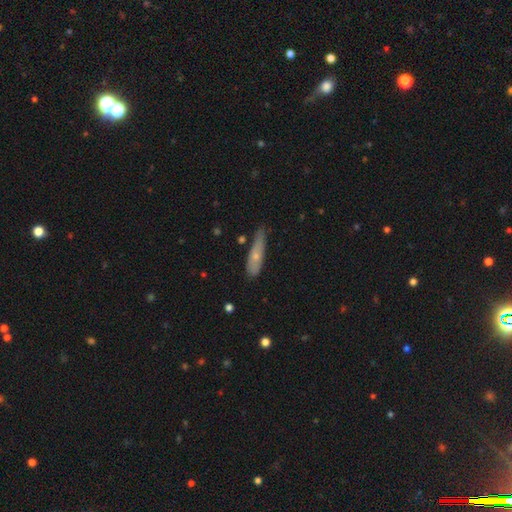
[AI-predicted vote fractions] Morphology: type=smooth (60%); roundness=cigar-shaped (74%); merging=none (58%).